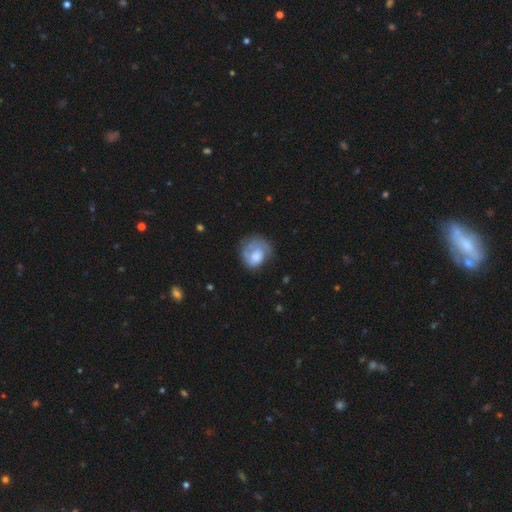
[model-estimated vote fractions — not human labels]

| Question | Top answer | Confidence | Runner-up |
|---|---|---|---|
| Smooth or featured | featured or disk | 47% | smooth (46%) |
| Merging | none | 48% | minor disturbance (25%) |